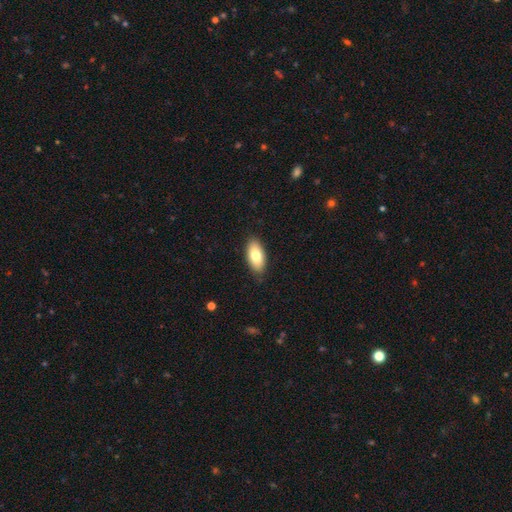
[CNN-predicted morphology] smooth-or-featured: smooth: 79% | featured or disk: 14% | star or artifact: 6%
  how-rounded: in between: 91% | cigar-shaped: 6% | round: 3%
  merging: none: 85% | minor disturbance: 12% | major disturbance: 2% | merger: 1%